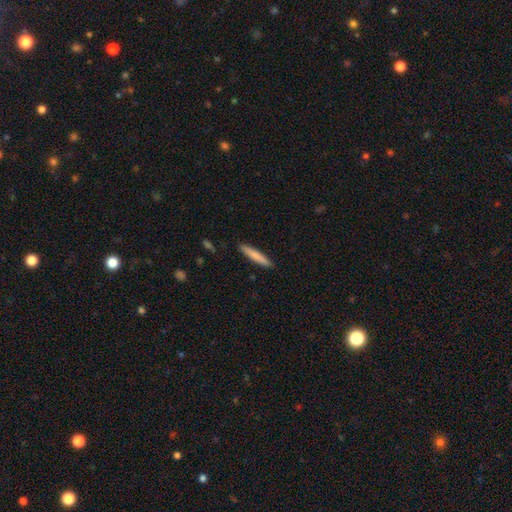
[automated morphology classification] A smooth galaxy with no disk features (79%) that is cigar-shaped (93%). Merging: none (90%).